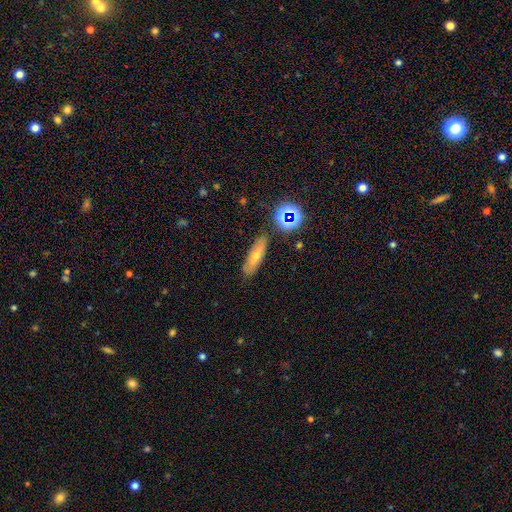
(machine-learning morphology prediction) A smooth galaxy with no disk features (54%) that is cigar-shaped (57%). Merging: none (83%).